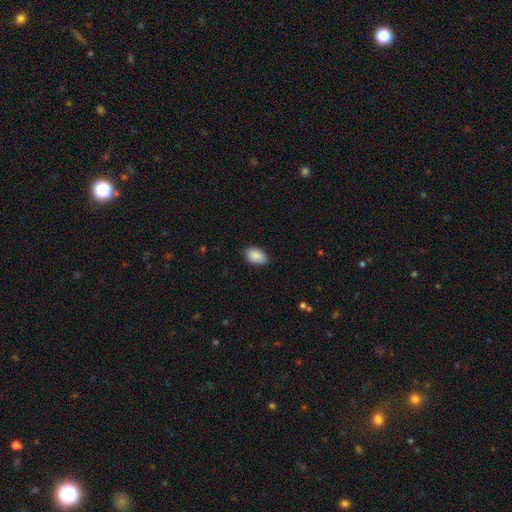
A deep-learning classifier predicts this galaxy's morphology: Q: Smooth or featured?
A: smooth (89%); runner-up: star or artifact (7%)
Q: How rounded?
A: in between (89%); runner-up: round (9%)
Q: Merging?
A: none (84%); runner-up: minor disturbance (13%)